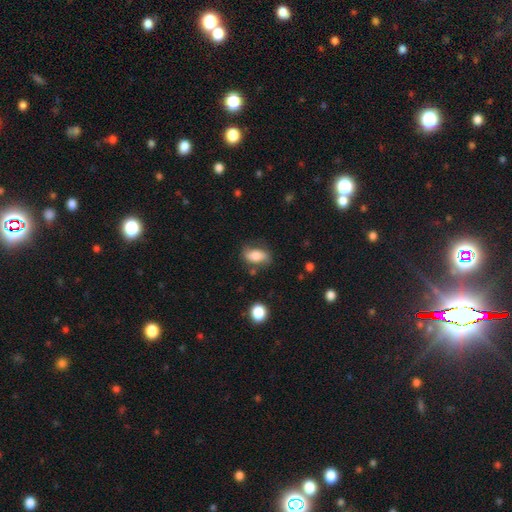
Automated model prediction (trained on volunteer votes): Smooth or featured? Predicted: smooth (p=0.70). How rounded? Predicted: in between (p=0.87). Merging? Predicted: none (p=0.64).